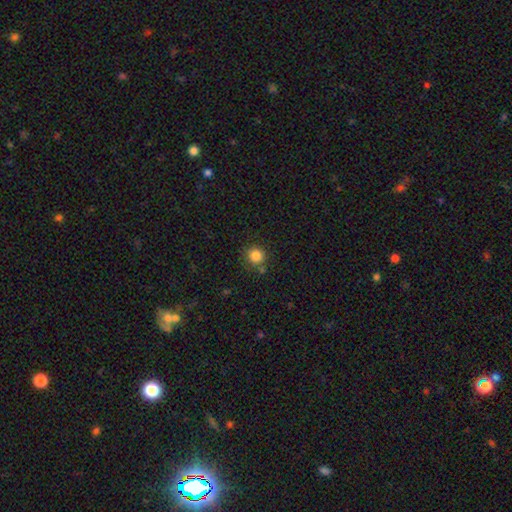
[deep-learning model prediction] A smooth galaxy with no disk features (84%) that is round (93%). Merging: none (79%).